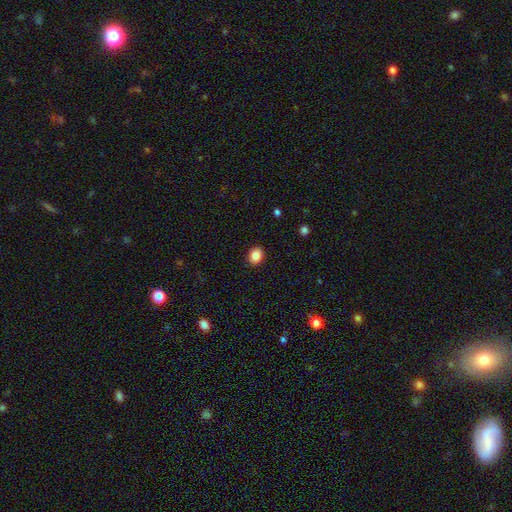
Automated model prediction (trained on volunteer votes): Overall: smooth (86%). How rounded: in between (52%; round 47%). Merging: none (90%).